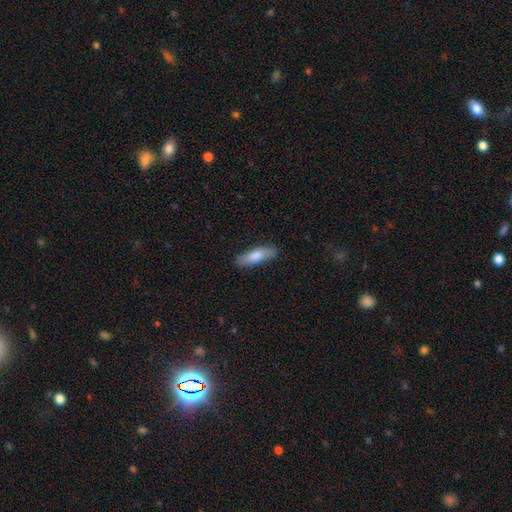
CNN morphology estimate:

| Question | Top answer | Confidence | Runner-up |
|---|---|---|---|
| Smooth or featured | smooth | 77% | featured or disk (17%) |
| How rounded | cigar-shaped | 57% | in between (41%) |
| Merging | none | 85% | minor disturbance (11%) |